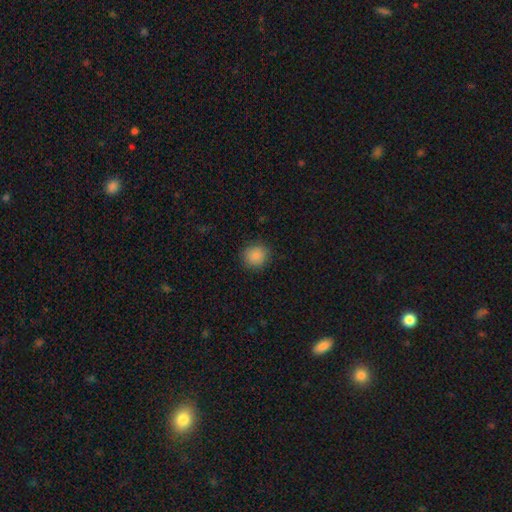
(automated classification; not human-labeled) This appears to be a smooth galaxy with no disk features (87%) that is round (86%). Merging: none (88%).